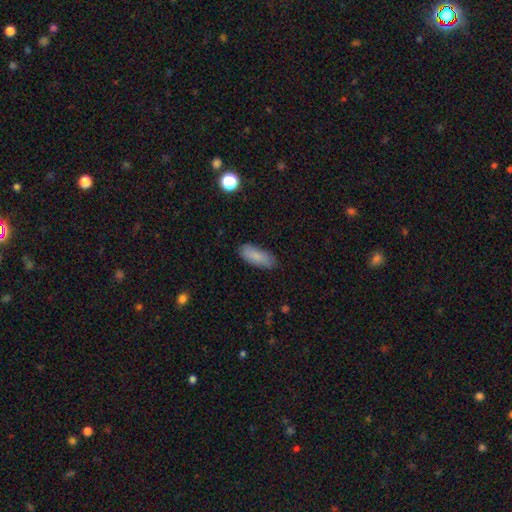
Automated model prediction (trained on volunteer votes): smooth-or-featured: smooth: 84% | featured or disk: 8% | star or artifact: 7%
  how-rounded: in between: 75% | cigar-shaped: 23% | round: 2%
  merging: none: 79% | minor disturbance: 17% | major disturbance: 3% | merger: 1%